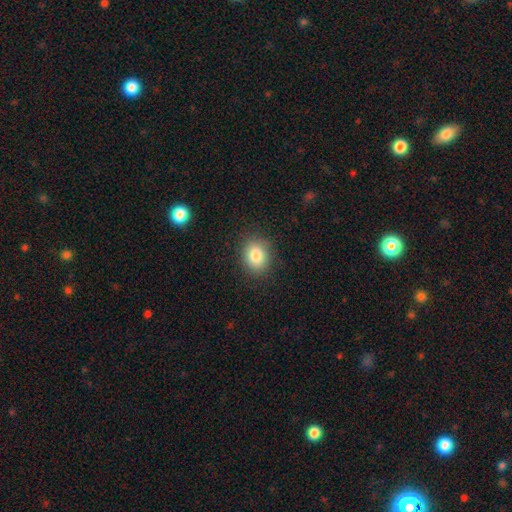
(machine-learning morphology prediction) The model was most divided on "how rounded": round: 58%, in between: 41%, cigar-shaped: 1%. More confident: merging — none (87%); smooth or featured — smooth (84%).